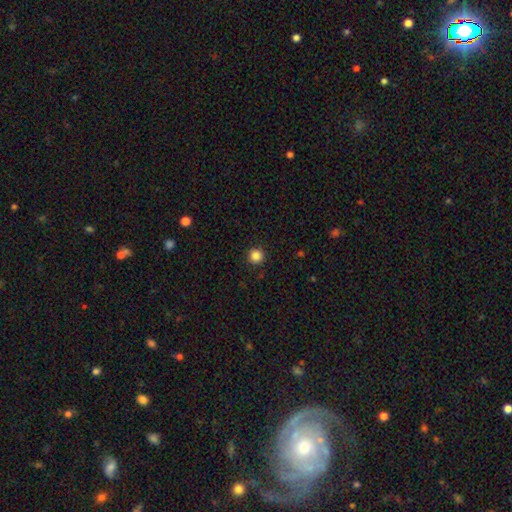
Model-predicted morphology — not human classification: Smooth or featured? smooth (86%)
How rounded? round (96%)
Merging? none (92%)